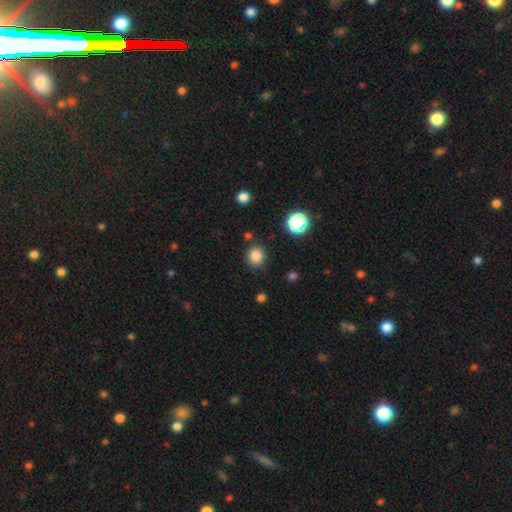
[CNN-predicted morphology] smooth 83%, star or artifact 13%, featured or disk 4%. Down the decision tree: how rounded — round (78%); merging — none (84%).